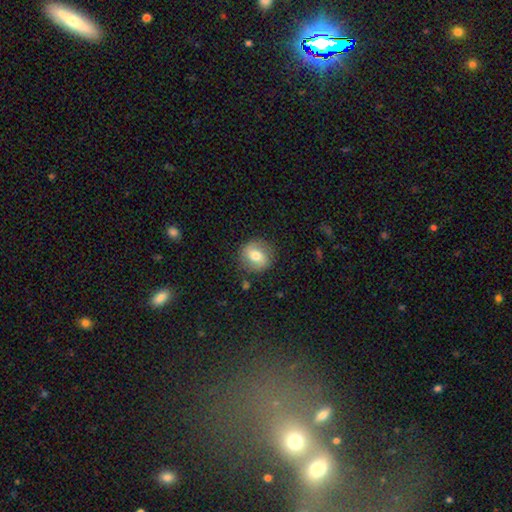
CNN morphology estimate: A smooth galaxy with no disk features (64%) that is round (80%). Merging: none (83%).